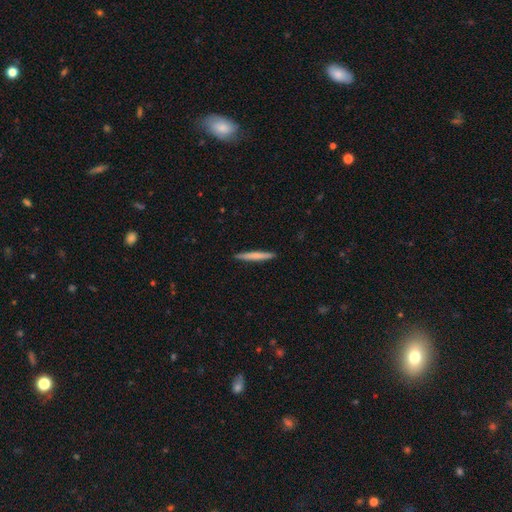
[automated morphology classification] type=smooth (70%); roundness=cigar-shaped (96%); merging=none (92%).